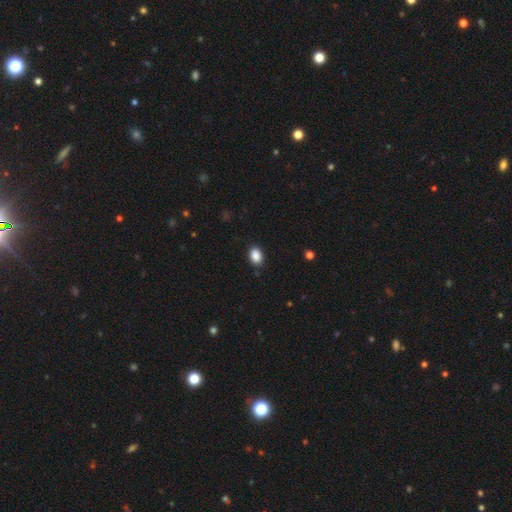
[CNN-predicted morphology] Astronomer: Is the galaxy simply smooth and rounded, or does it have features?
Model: smooth — 88%.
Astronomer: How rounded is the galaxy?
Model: in between — 82%.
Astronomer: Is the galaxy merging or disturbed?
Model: none — 87%.